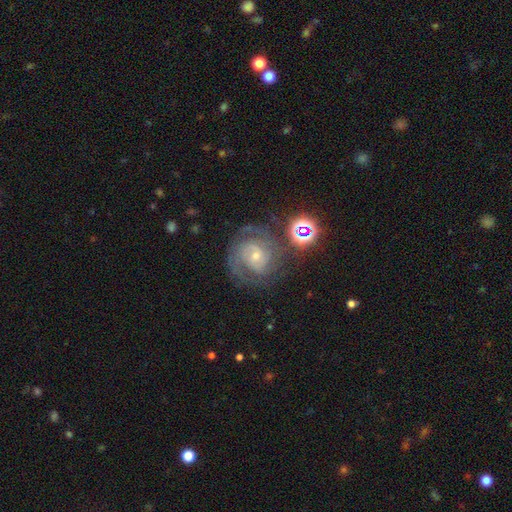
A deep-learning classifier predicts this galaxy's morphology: smooth_or_featured: featured or disk (p=0.77) [alt: star or artifact p=0.12]
disk_edge_on: no (p=0.98) [alt: yes p=0.02]
bar: no (p=0.58) [alt: weak p=0.33]
has_spiral_arms: yes (p=0.93) [alt: no p=0.07]
spiral_winding: tight (p=0.57) [alt: medium p=0.34]
spiral_arm_count: 2 (p=0.48) [alt: can't tell p=0.25]
bulge_size: small (p=0.64) [alt: moderate p=0.31]
merging: none (p=0.69) [alt: minor disturbance p=0.16]